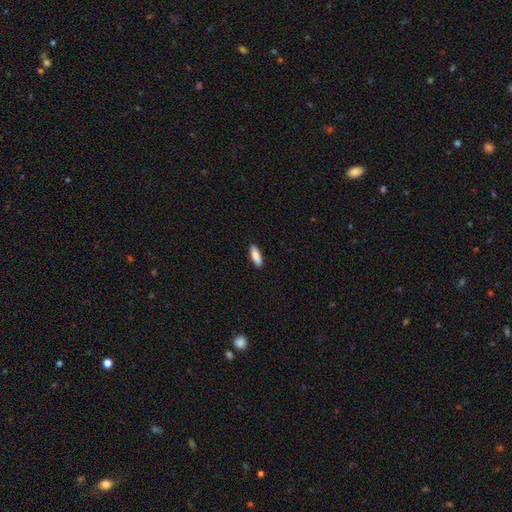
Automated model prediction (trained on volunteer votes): This is clearly a smooth galaxy (85%). How rounded: possibly in between (60%). Merging: clearly none (90%).